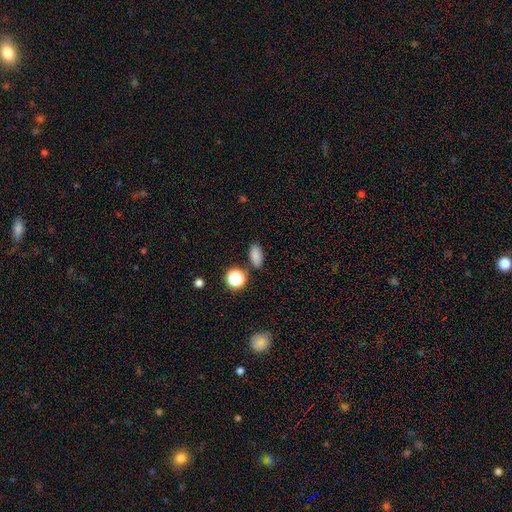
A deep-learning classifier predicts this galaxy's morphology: Smooth or featured? smooth (82%)
How rounded? in between (87%)
Merging? none (83%)